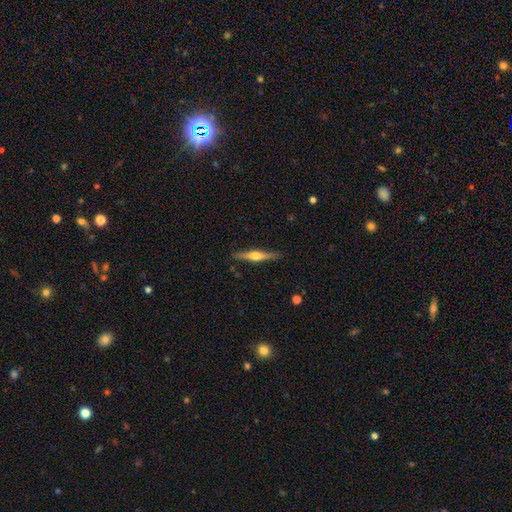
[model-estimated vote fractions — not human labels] featured or disk 72%, smooth 22%, star or artifact 5%. Down the decision tree: edge-on disk — yes (98%); edge-on bulge — rounded (93%); merging — none (89%).